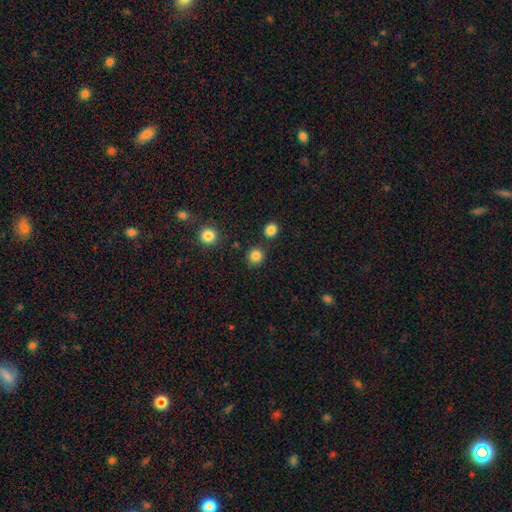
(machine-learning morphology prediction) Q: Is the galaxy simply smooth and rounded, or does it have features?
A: smooth — 84%.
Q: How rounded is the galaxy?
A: round — 92%.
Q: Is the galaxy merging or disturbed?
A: none — 85%.